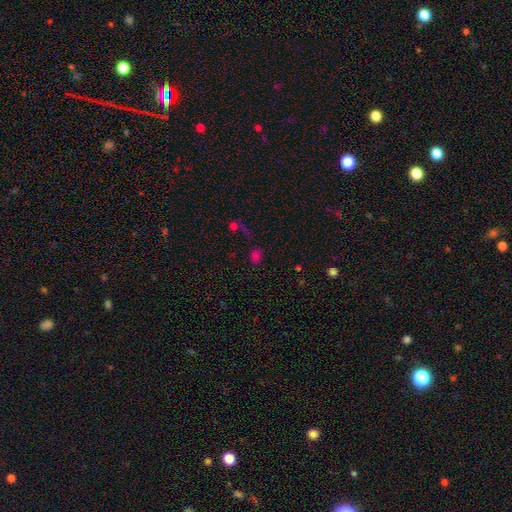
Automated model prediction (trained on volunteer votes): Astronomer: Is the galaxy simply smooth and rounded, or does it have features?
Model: smooth — 62%.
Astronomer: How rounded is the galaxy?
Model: in between — 64%.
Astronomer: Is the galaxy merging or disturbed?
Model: none — 60%.